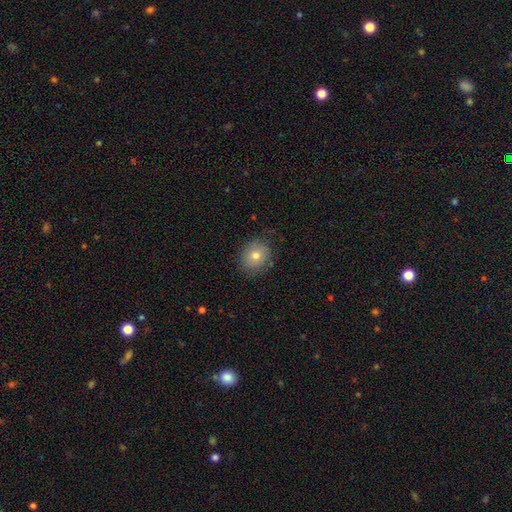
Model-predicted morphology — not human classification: This appears to be a smooth galaxy with no disk features (74%) that is round (70%). Merging: none (82%).